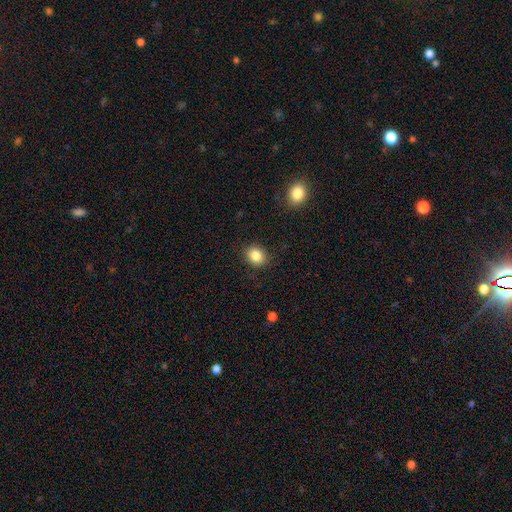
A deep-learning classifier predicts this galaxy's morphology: Q: Smooth or featured?
A: smooth (85%); runner-up: star or artifact (10%)
Q: How rounded?
A: round (61%); runner-up: in between (38%)
Q: Merging?
A: none (87%); runner-up: minor disturbance (9%)